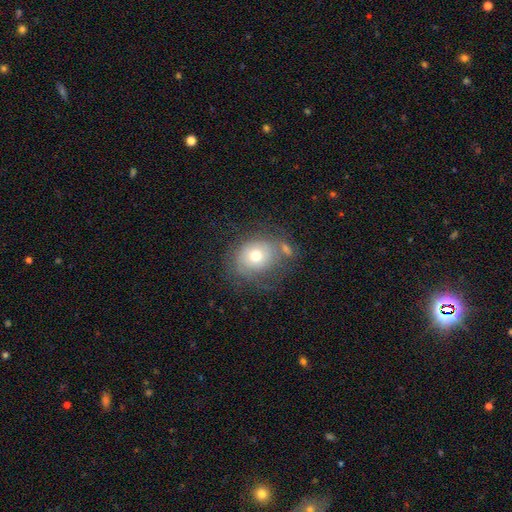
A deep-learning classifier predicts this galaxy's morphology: Smooth or featured? Predicted: smooth (p=0.52). How rounded? Predicted: round (p=0.64). Merging? Predicted: none (p=0.50).